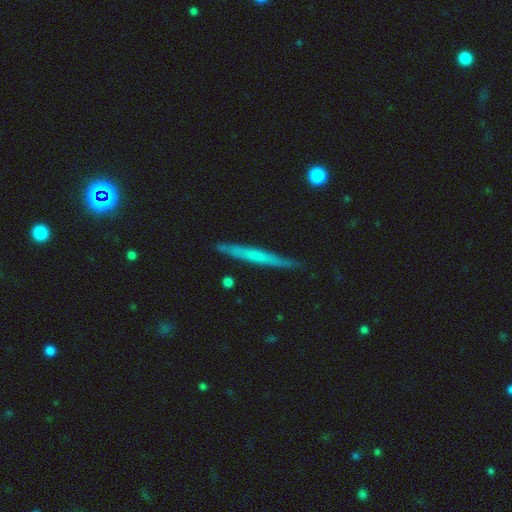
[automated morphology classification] Smooth or featured?
  - featured or disk: 47% * (tied)
  - smooth: 47% * (tied)
  - star or artifact: 6%
Merging?
  - none: 86% *
  - minor disturbance: 11%
  - major disturbance: 2%
  - merger: 2%